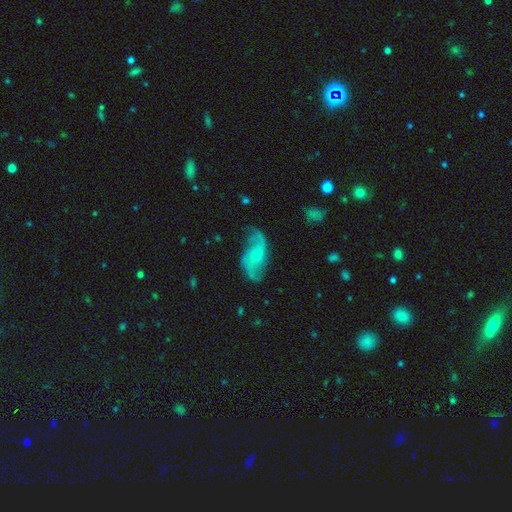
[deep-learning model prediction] smooth-or-featured: featured or disk: 78% | smooth: 16% | star or artifact: 6%
  disk-edge-on: no: 95% | yes: 5%
    bar: no: 66% | weak: 29% | strong: 6%
    has-spiral-arms: yes: 93% | no: 7%
      spiral-winding: loose: 63% | medium: 28% | tight: 9%
      spiral-arm-count: 2: 89% | can't tell: 5% | 1: 2% | 3: 2% | 4: 1% | more than 4: 1%
    bulge-size: small: 67% | moderate: 23% | none: 7% | large: 2% | dominant: 1%
  merging: none: 66% | minor disturbance: 22% | major disturbance: 10% | merger: 2%